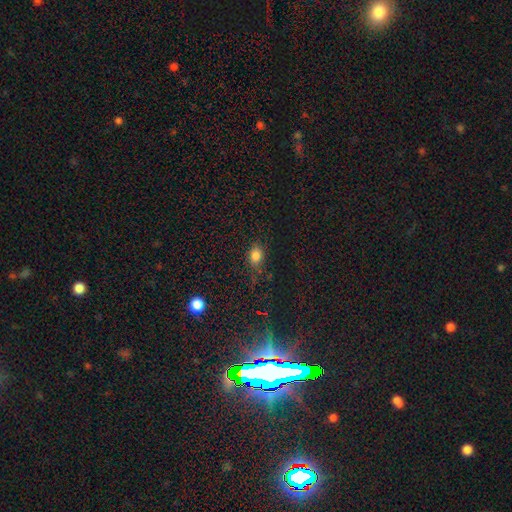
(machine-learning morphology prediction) A smooth galaxy with no disk features (77%) that is in between round and cigar-shaped (63%).

Vote fractions:
- Smooth or featured? smooth: 77% / star or artifact: 17% / featured or disk: 6%
- How rounded? in between: 63% / round: 35% / cigar-shaped: 2%
- Merging? none: 72% / minor disturbance: 19% / major disturbance: 6% / merger: 3%